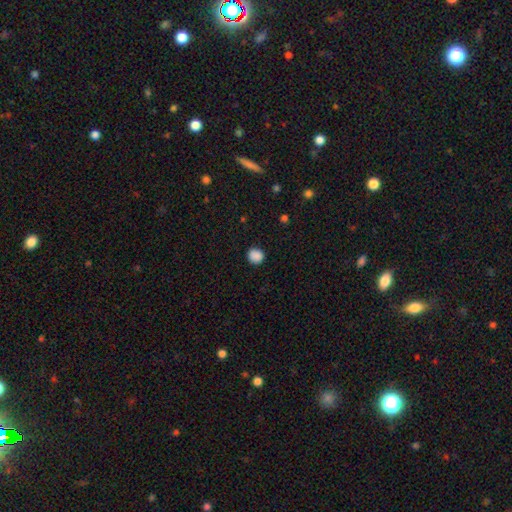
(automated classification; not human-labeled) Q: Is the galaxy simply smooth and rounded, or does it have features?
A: smooth — 88%.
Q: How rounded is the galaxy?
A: round — 79%.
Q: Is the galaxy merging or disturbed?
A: none — 86%.